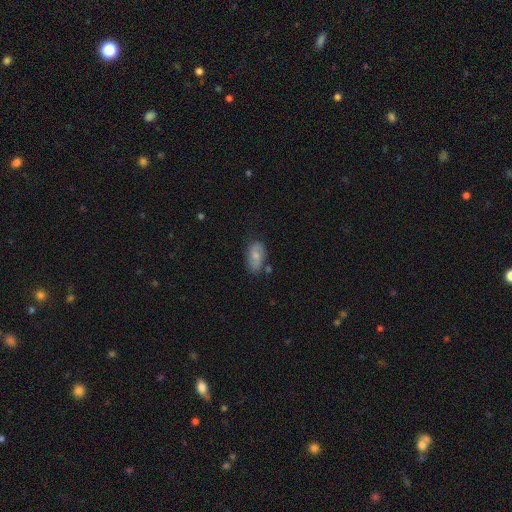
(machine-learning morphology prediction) smooth_or_featured: smooth (p=0.68) [alt: featured or disk p=0.25]
how_rounded: in between (p=0.91) [alt: round p=0.06]
merging: none (p=0.68) [alt: minor disturbance p=0.21]